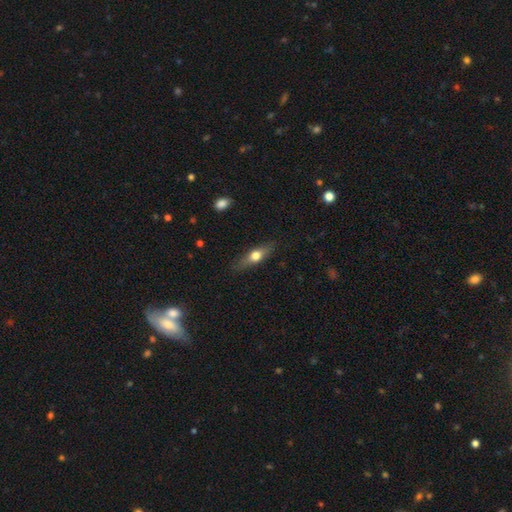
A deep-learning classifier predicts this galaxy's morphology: Overall: smooth (53%; featured or disk 40%). How rounded: cigar-shaped (56%; in between 39%). Merging: none (83%).